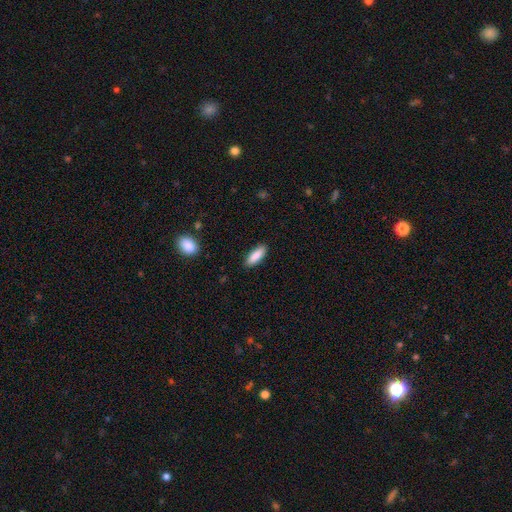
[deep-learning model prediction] Morphology: type=smooth (87%); roundness=in between (58%); merging=none (88%).